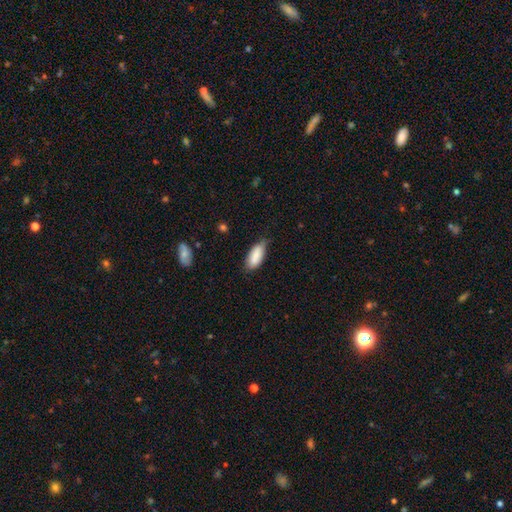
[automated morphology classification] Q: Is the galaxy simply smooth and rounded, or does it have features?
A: smooth — 85%.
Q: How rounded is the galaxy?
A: in between — 84%.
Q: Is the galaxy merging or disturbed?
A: none — 64%.